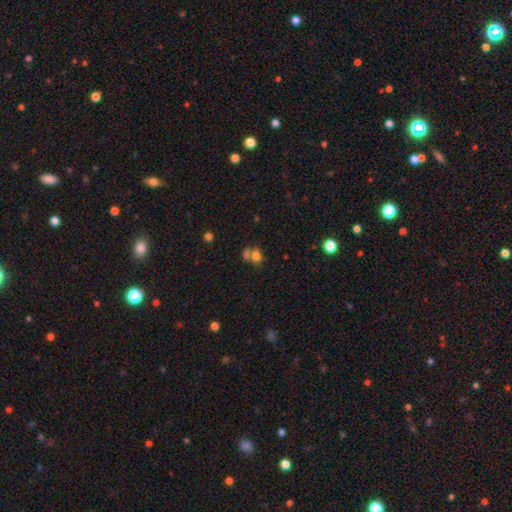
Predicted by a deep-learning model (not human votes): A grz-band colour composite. It shows a smooth galaxy with no disk features (74%) that is in between round and cigar-shaped (65%). Merging: merger (48%).